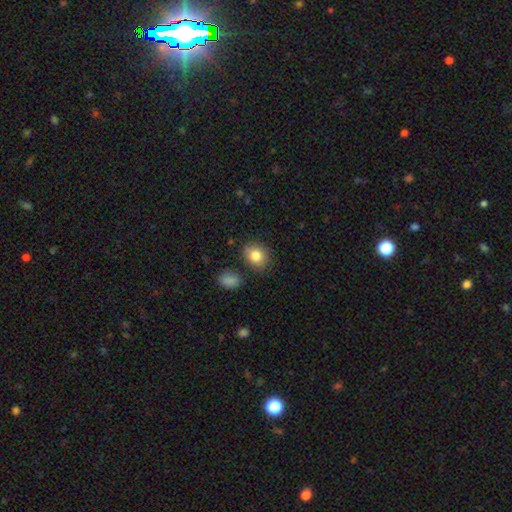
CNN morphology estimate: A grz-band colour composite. It shows a smooth galaxy with no disk features (83%) that is round (53%). Merging: none (80%).